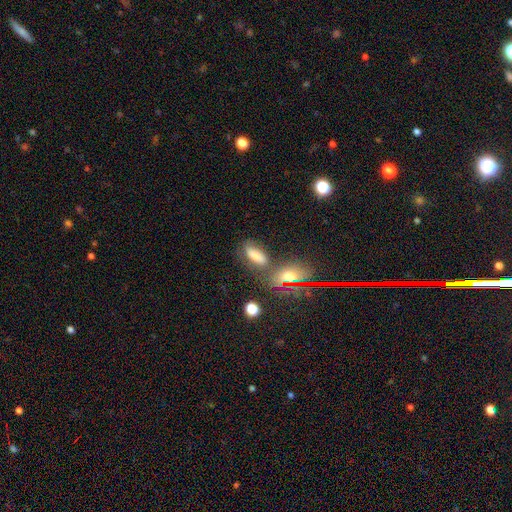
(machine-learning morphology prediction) The model was most divided on "merging": none: 61%, minor disturbance: 17%, merger: 14%, major disturbance: 8%. More confident: how rounded — in between (72%); smooth or featured — smooth (68%).